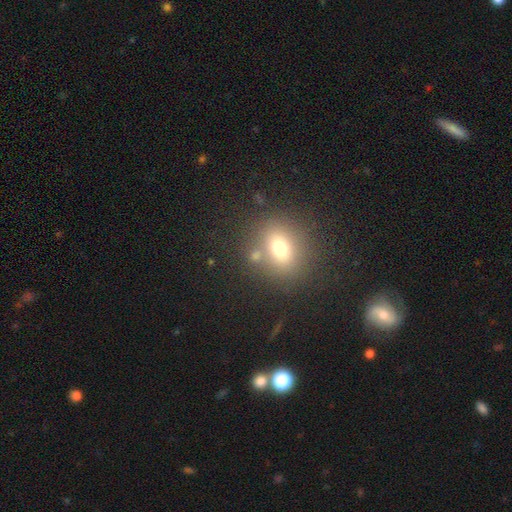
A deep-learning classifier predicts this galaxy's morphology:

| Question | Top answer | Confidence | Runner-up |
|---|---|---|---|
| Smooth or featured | smooth | 71% | star or artifact (17%) |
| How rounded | round | 58% | in between (40%) |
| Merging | none | 72% | merger (12%) |